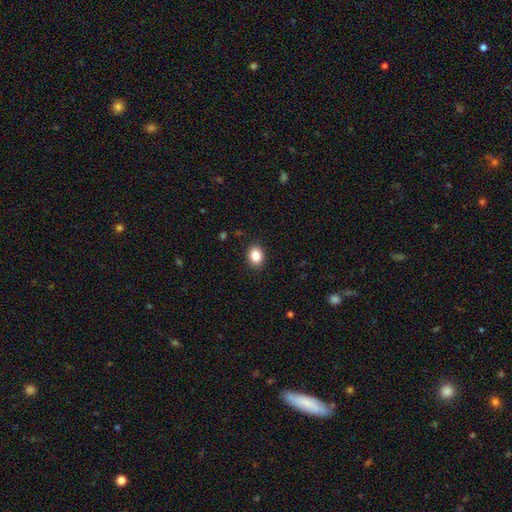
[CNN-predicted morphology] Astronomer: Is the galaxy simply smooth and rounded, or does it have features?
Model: smooth — 86%.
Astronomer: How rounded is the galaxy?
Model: in between — 56% (runner-up: round, 43%).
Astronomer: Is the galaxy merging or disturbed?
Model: none — 90%.